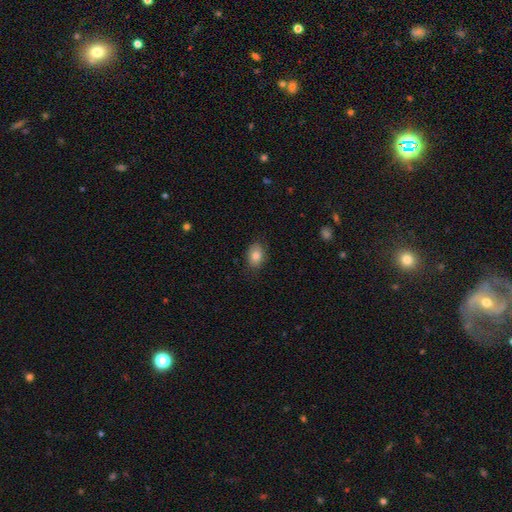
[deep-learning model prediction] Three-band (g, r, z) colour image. It shows a smooth galaxy with no disk features (80%) that is in between round and cigar-shaped (77%). Merging: none (81%).